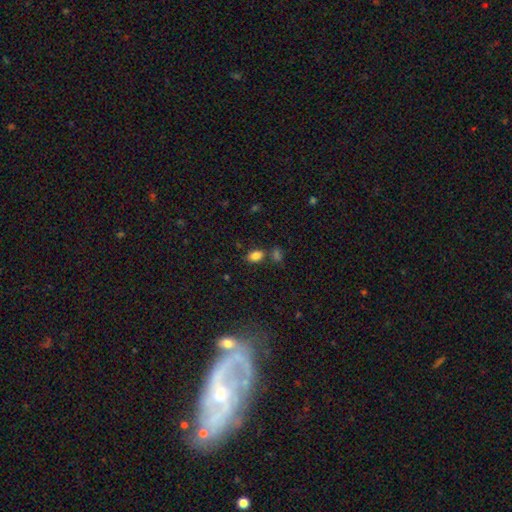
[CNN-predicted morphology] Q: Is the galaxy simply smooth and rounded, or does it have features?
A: smooth — 84%.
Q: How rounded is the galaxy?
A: in between — 86%.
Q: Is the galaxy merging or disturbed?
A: none — 71%.